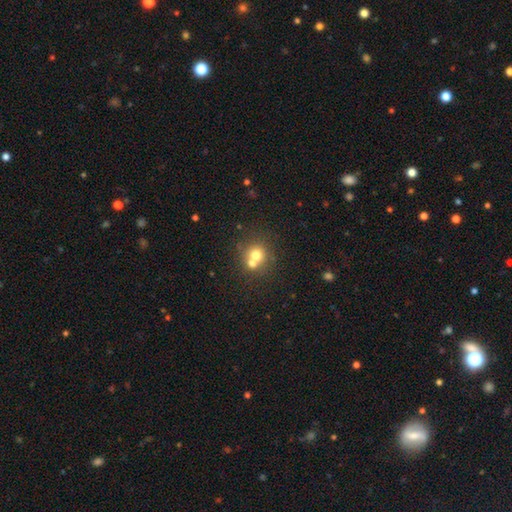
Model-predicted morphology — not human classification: This is likely a smooth galaxy (69%). How rounded: clearly round (87%). Merging: possibly none (46%).